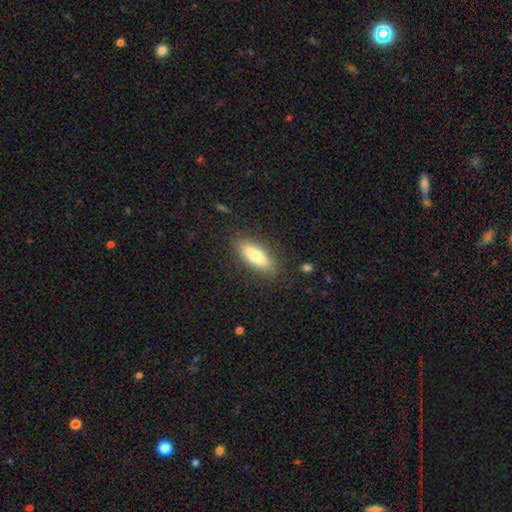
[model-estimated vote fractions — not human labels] smooth_or_featured: smooth (p=0.78) [alt: featured or disk p=0.16]
how_rounded: in between (p=0.72) [alt: cigar-shaped p=0.26]
merging: none (p=0.84) [alt: minor disturbance p=0.11]